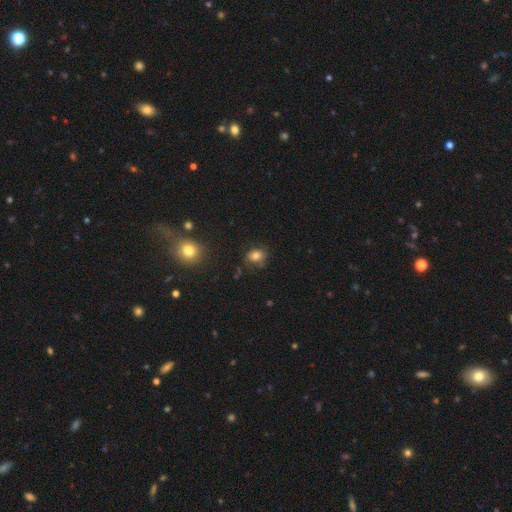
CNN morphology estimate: Smooth or featured? Predicted: smooth (p=0.78). How rounded? Predicted: in between (p=0.53). Merging? Predicted: none (p=0.66).